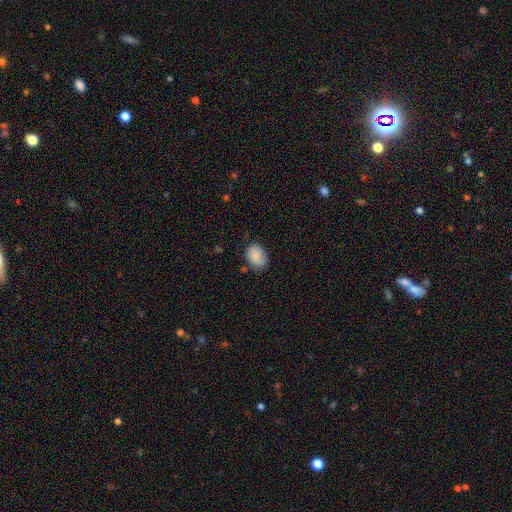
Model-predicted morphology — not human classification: This appears to be a smooth galaxy with no disk features (85%) that is in between round and cigar-shaped (66%). Merging: none (66%).